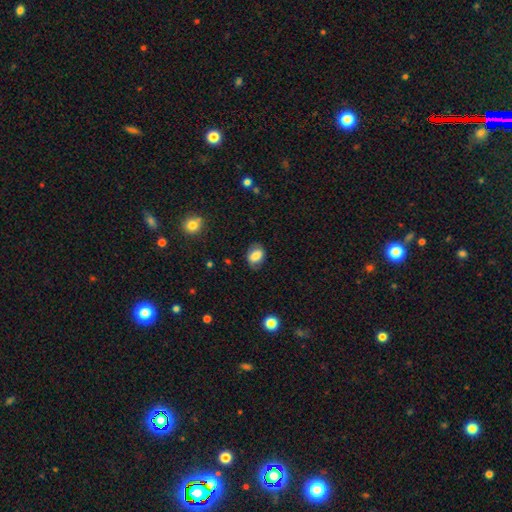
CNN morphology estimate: This appears to be a smooth galaxy with no disk features (76%) that is in between round and cigar-shaped (70%). Merging: none (75%).